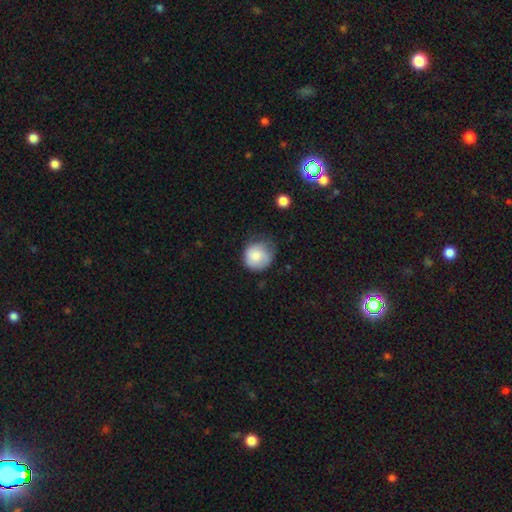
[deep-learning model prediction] This appears to be a smooth galaxy with no disk features (79%) that is round (84%). Merging: none (51%).